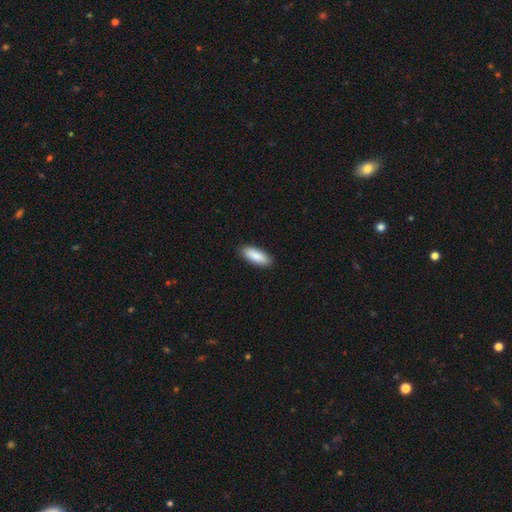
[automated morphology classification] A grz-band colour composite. It shows a smooth galaxy with no disk features (88%) that is in between round and cigar-shaped (72%). Merging: none (90%).